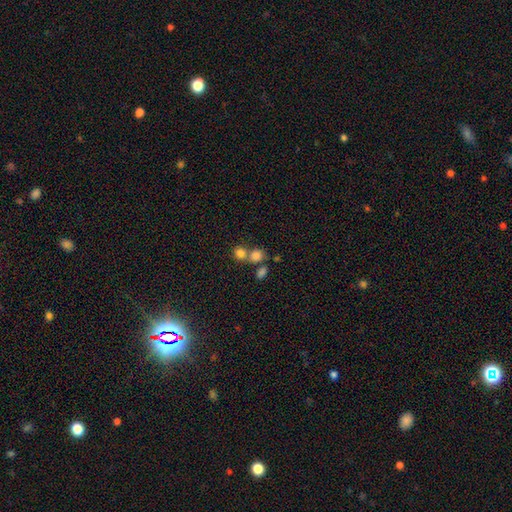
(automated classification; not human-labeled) Smooth or featured?
  - smooth: 79% *
  - star or artifact: 13%
  - featured or disk: 9%
How rounded?
  - round: 67% *
  - in between: 32%
  - cigar-shaped: 1%
Merging?
  - merger: 47% *
  - none: 42%
  - minor disturbance: 8%
  - major disturbance: 4%